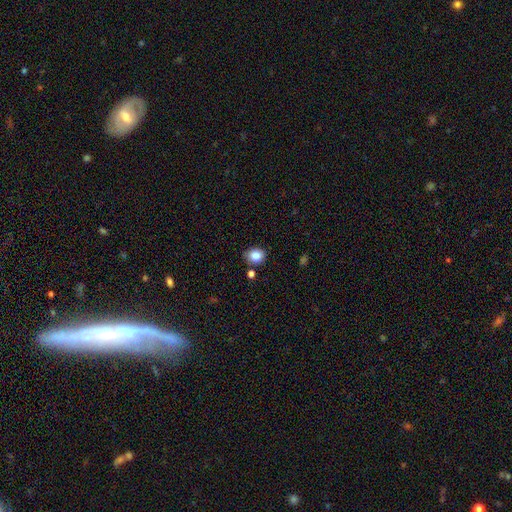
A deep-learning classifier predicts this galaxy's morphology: smooth 84%, star or artifact 10%, featured or disk 6%. Down the decision tree: how rounded — round (63%); merging — none (77%).